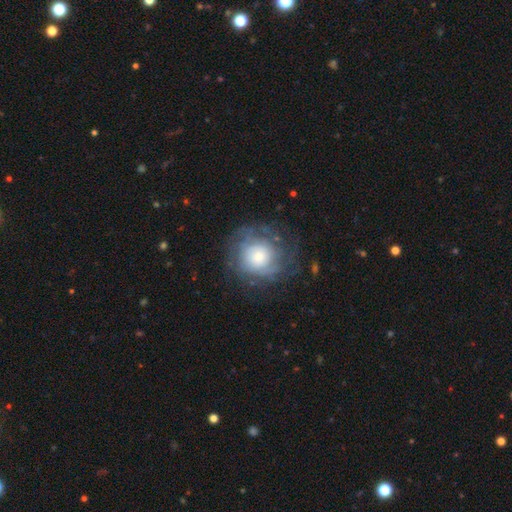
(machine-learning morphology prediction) featured or disk 52%, smooth 38%, star or artifact 10%. Down the decision tree: edge-on disk — no (96%); bar — no (85%); spiral arms — yes (71%); bulge size — moderate (37%); merging — none (73%).